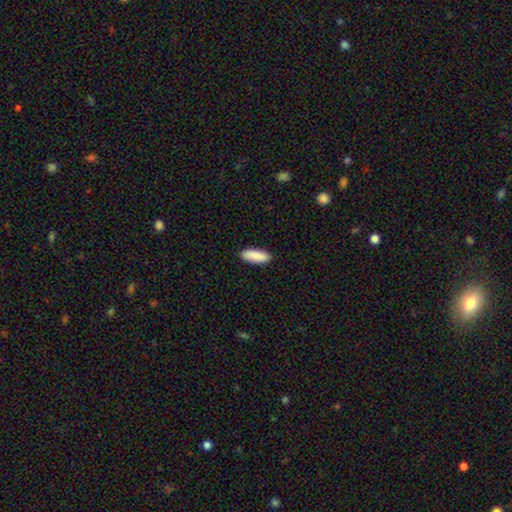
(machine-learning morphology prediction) smooth-or-featured: smooth: 90% | star or artifact: 6% | featured or disk: 5%
  how-rounded: in between: 62% | cigar-shaped: 36% | round: 2%
  merging: none: 90% | minor disturbance: 8% | major disturbance: 2% | merger: 1%